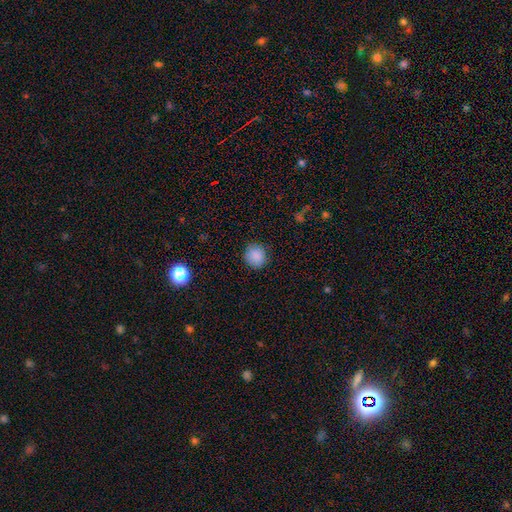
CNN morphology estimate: Overall: smooth (88%). How rounded: round (89%). Merging: none (88%).